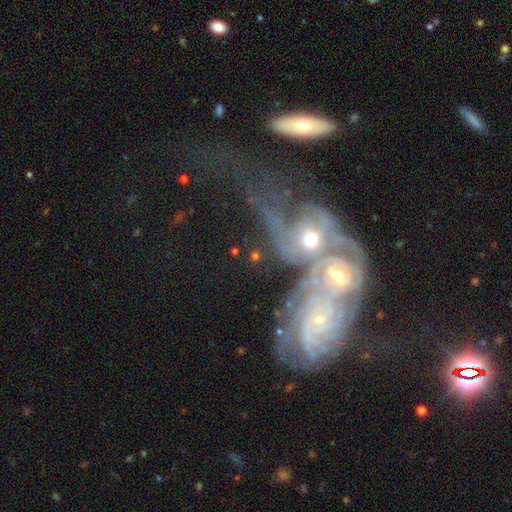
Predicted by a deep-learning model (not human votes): smooth-or-featured: featured or disk: 68% | smooth: 20% | star or artifact: 12%
  disk-edge-on: no: 94% | yes: 6%
    bar: no: 58% | weak: 27% | strong: 15%
    has-spiral-arms: yes: 87% | no: 13%
      spiral-winding: tight: 53% | medium: 32% | loose: 15%
      spiral-arm-count: can't tell: 32% | 2: 29% | 3: 17% | 4: 9% | more than 4: 7% | 1: 7%
    bulge-size: small: 49% | moderate: 41% | large: 4% | none: 3% | dominant: 2%
  merging: merger: 60% | none: 20% | major disturbance: 11% | minor disturbance: 8%